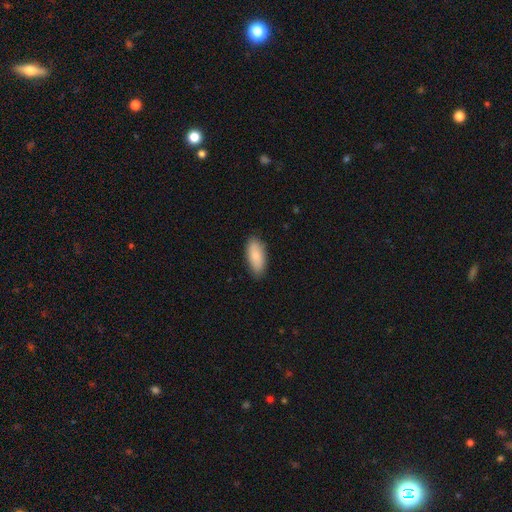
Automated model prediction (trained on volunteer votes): The model was most divided on "merging": none: 84%, minor disturbance: 12%, major disturbance: 2%, merger: 1%. More confident: how rounded — in between (85%); smooth or featured — smooth (85%).